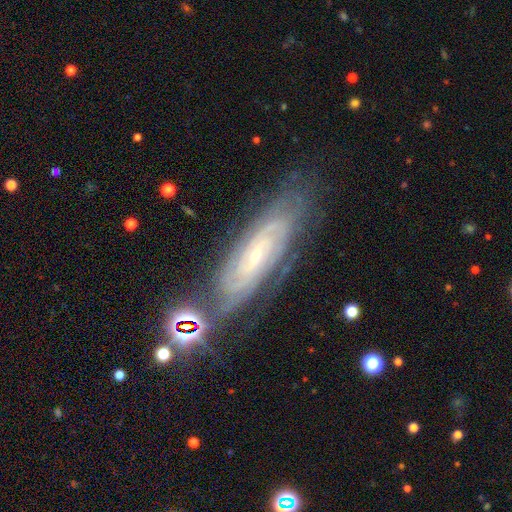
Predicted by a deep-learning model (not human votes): Smooth or featured: featured or disk — 84% (smooth — 8%)
Edge-on disk: no — 87% (yes — 13%)
Bar: no — 63% (weak — 27%)
Spiral arms: yes — 96% (no — 4%)
Spiral winding: tight — 76% (medium — 20%)
Spiral arm count: can't tell — 41% (2 — 19%)
Bulge size: small — 83% (moderate — 12%)
Merging: none — 73% (minor disturbance — 17%)